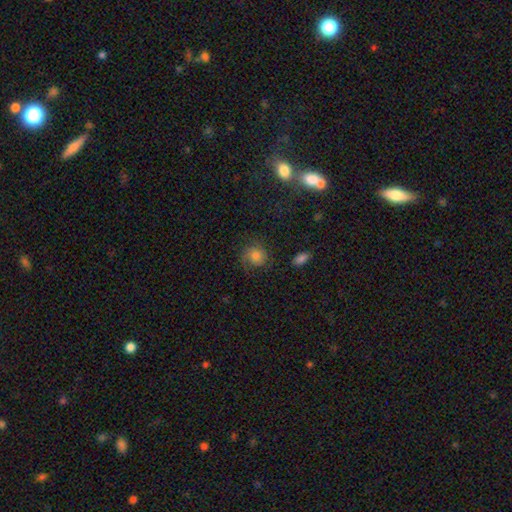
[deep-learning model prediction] Morphology: type=smooth (53%); roundness=round (81%); merging=none (65%).